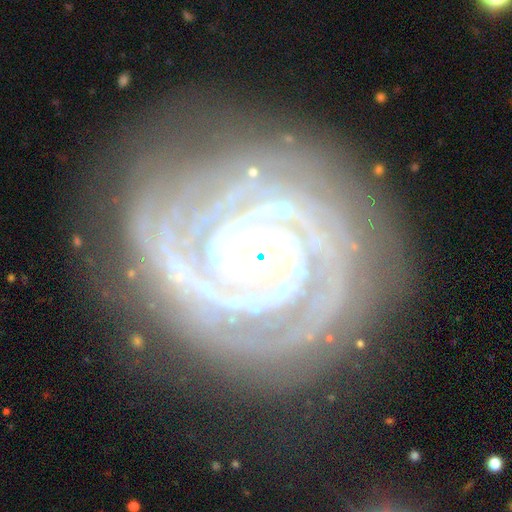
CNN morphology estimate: Overall: featured or disk (91%). Edge-on disk: no (98%). Bar: no (54%; weak 24%). Spiral arms: yes (98%). Spiral arm count: 2 (32%; 3 22%). Spiral winding: tight (87%). Bulge size: small (52%; moderate 35%). Merging: none (78%).